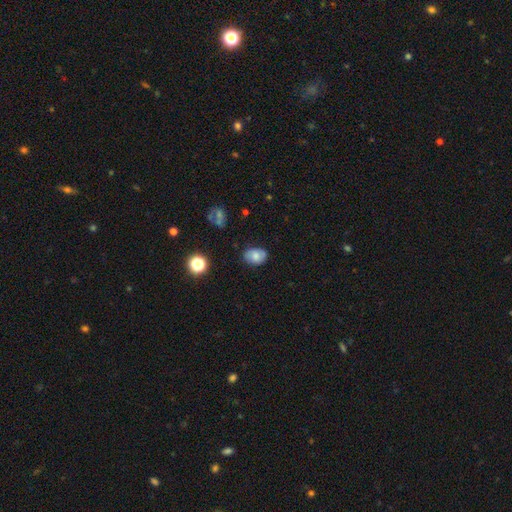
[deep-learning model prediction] This appears to be a smooth galaxy with no disk features (74%) that is in between round and cigar-shaped (74%). Merging: none (77%).